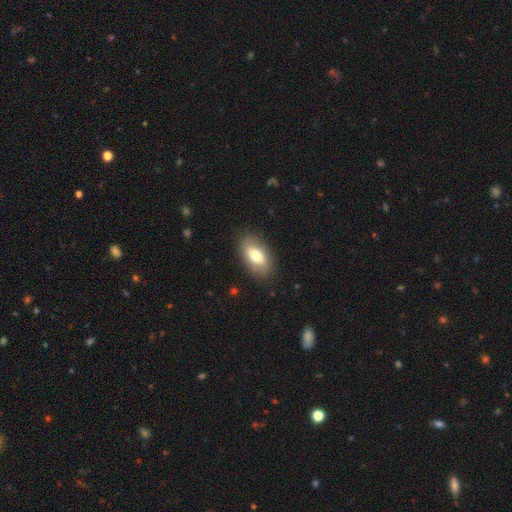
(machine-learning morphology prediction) Overall: smooth (74%). How rounded: in between (91%). Merging: none (85%).